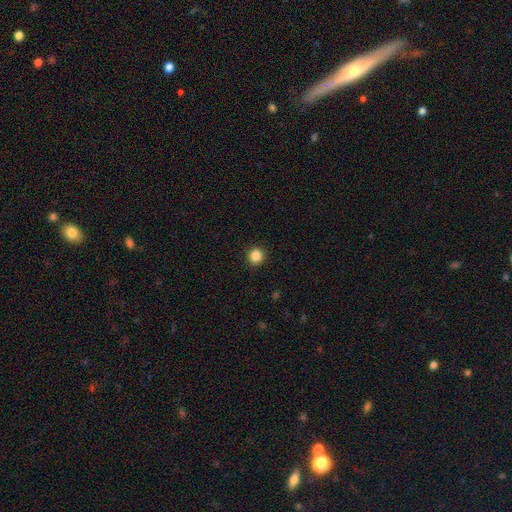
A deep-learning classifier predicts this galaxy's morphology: Smooth or featured?
  - smooth: 86% *
  - star or artifact: 11%
  - featured or disk: 3%
How rounded?
  - round: 95% *
  - in between: 4%
  - cigar-shaped: 1%
Merging?
  - none: 93% *
  - minor disturbance: 5%
  - major disturbance: 2%
  - merger: 1%